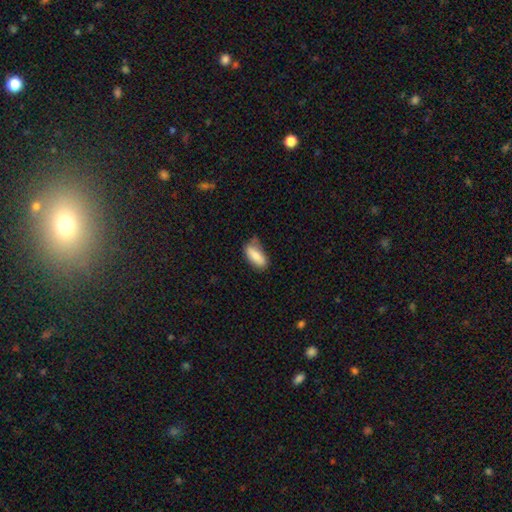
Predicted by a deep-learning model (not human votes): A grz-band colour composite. It shows a smooth galaxy with no disk features (81%) that is in between round and cigar-shaped (83%). Merging: none (55%).